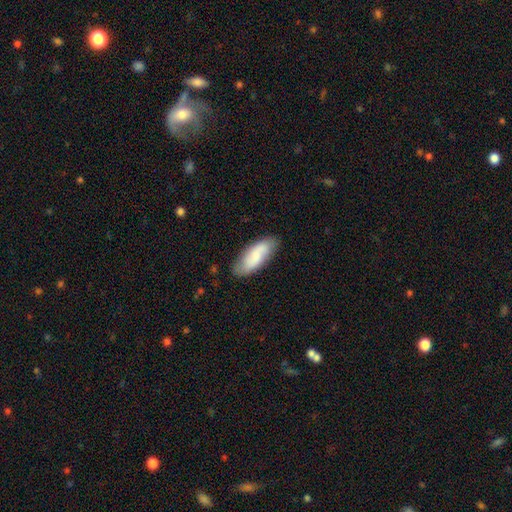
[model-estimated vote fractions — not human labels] Smooth or featured? Predicted: smooth (p=0.64). How rounded? Predicted: in between (p=0.78). Merging? Predicted: none (p=0.79).